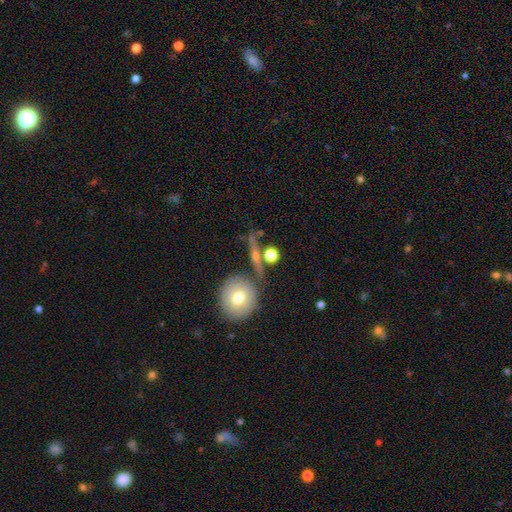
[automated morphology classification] Smooth or featured? featured or disk (48%)
Merging? none (74%)